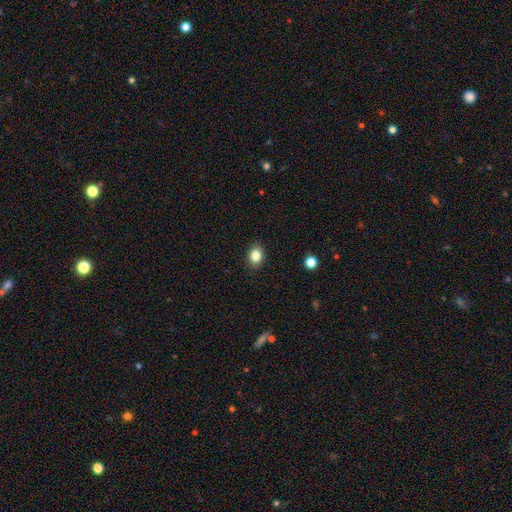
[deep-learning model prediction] A smooth galaxy with no disk features (84%) that is in between round and cigar-shaped (53%). Merging: none (88%).